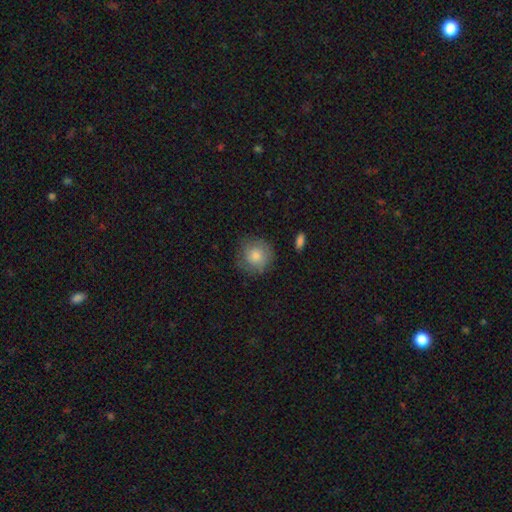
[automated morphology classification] Smooth or featured? smooth (72%)
How rounded? round (91%)
Merging? none (75%)